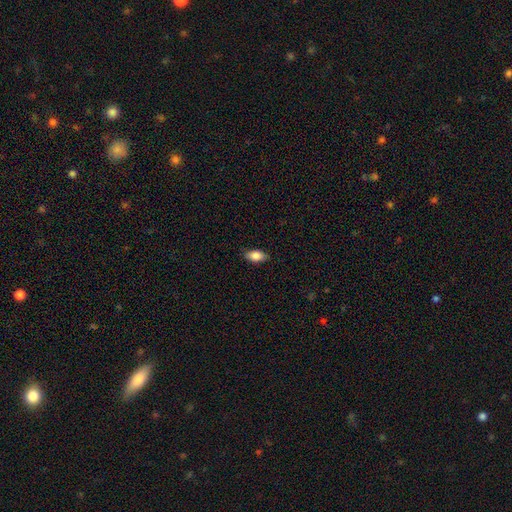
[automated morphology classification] Smooth or featured: smooth — 84% (featured or disk — 9%)
How rounded: in between — 90% (cigar-shaped — 6%)
Merging: none — 86% (minor disturbance — 11%)